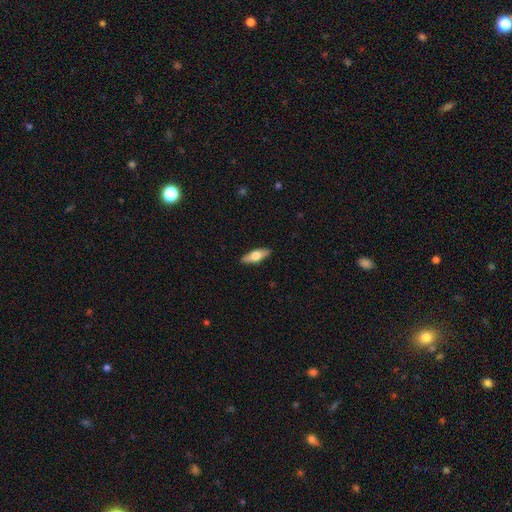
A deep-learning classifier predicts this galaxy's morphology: smooth_or_featured: smooth (p=0.55) [alt: featured or disk p=0.39]
how_rounded: in between (p=0.58) [alt: cigar-shaped p=0.39]
merging: none (p=0.90) [alt: minor disturbance p=0.08]